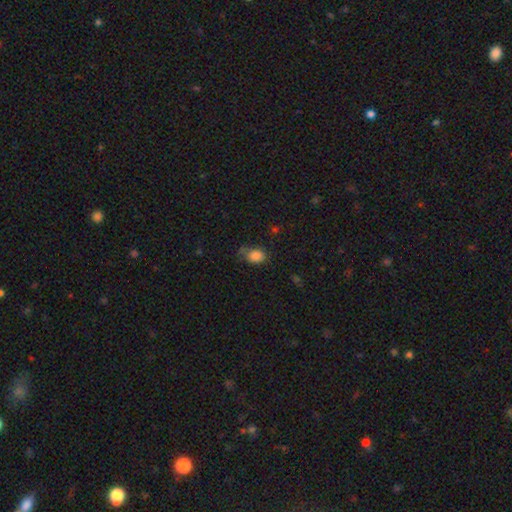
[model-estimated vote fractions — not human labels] Q: Smooth or featured?
A: smooth (84%); runner-up: star or artifact (10%)
Q: How rounded?
A: in between (65%); runner-up: round (34%)
Q: Merging?
A: none (56%); runner-up: minor disturbance (28%)